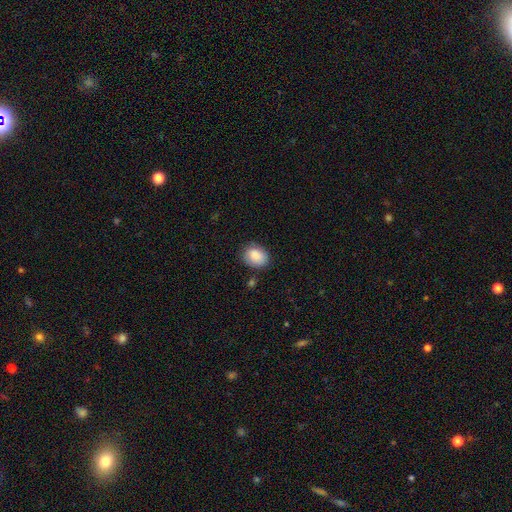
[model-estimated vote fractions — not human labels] Smooth or featured? Predicted: smooth (p=0.87). How rounded? Predicted: in between (p=0.63). Merging? Predicted: none (p=0.77).